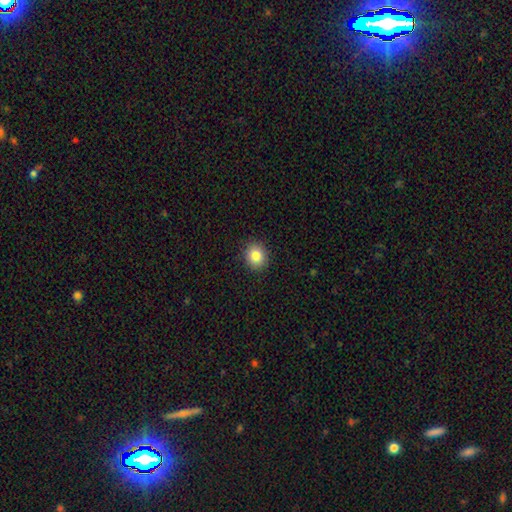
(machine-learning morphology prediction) Q: Smooth or featured?
A: smooth (85%); runner-up: star or artifact (9%)
Q: How rounded?
A: round (76%); runner-up: in between (23%)
Q: Merging?
A: none (90%); runner-up: minor disturbance (7%)